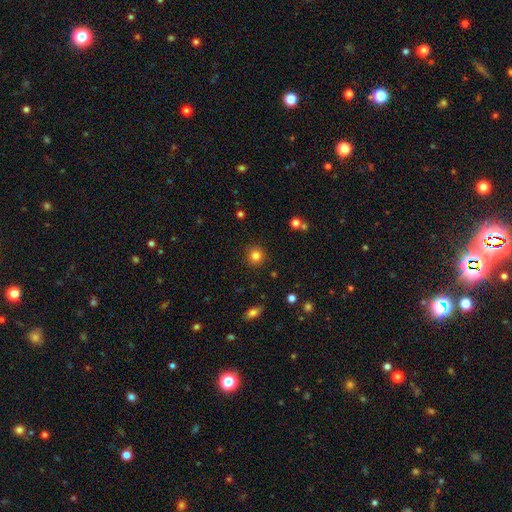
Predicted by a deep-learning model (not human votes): Morphology: type=smooth (83%); roundness=round (92%); merging=none (90%).